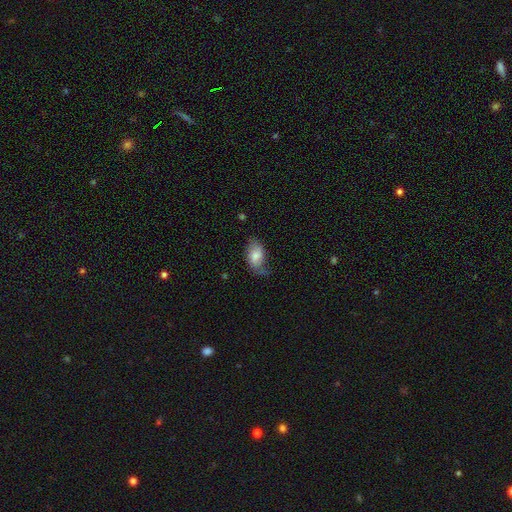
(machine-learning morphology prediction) A smooth galaxy with no disk features (69%) that is in between round and cigar-shaped (91%).

Vote fractions:
- Smooth or featured? smooth: 69% / featured or disk: 24% / star or artifact: 7%
- How rounded? in between: 91% / round: 7% / cigar-shaped: 2%
- Merging? none: 49% / minor disturbance: 33% / major disturbance: 16% / merger: 2%